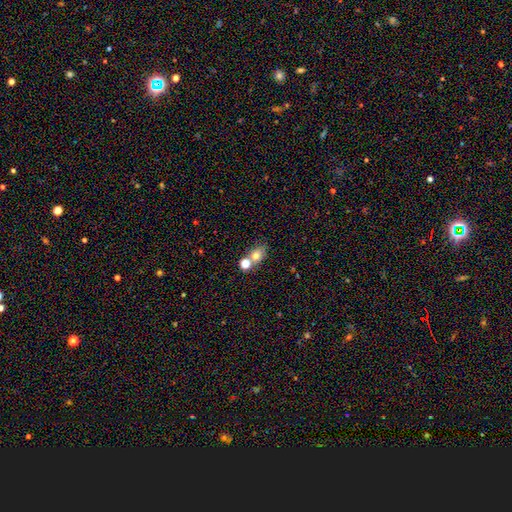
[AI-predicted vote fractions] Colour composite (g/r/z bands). It shows a smooth galaxy with no disk features (73%) that is in between round and cigar-shaped (56%). Merging: none (54%).